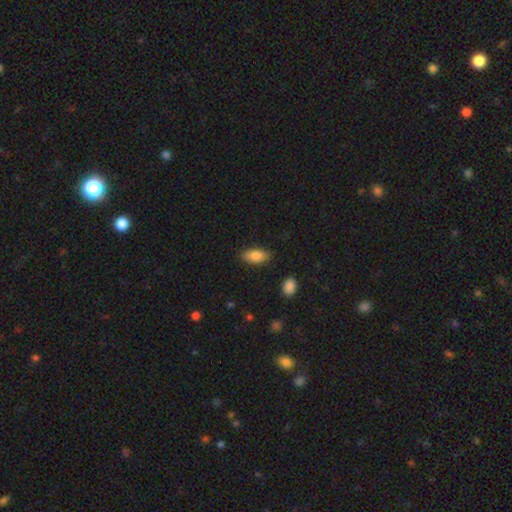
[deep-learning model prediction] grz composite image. It shows a smooth galaxy with no disk features (85%) that is in between round and cigar-shaped (91%). Merging: none (84%).